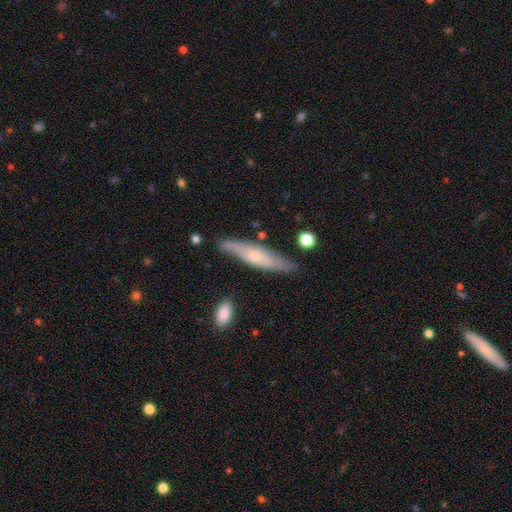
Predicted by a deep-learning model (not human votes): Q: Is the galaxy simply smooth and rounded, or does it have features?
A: featured or disk — 54%.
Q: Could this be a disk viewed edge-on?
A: yes — 70%.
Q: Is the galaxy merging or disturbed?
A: none — 79%.